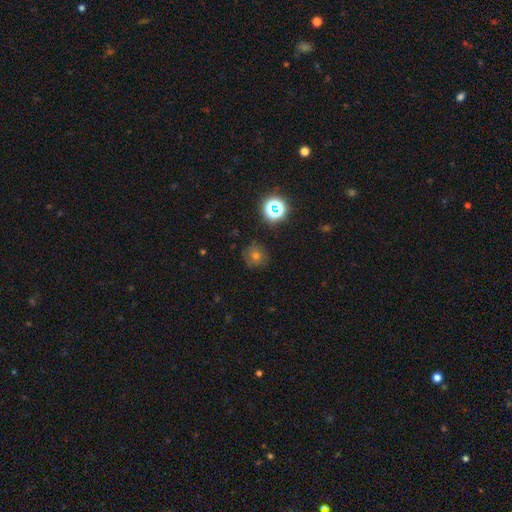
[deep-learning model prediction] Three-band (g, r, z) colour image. It shows a smooth galaxy with no disk features (57%) that is round (92%). Merging: none (82%).